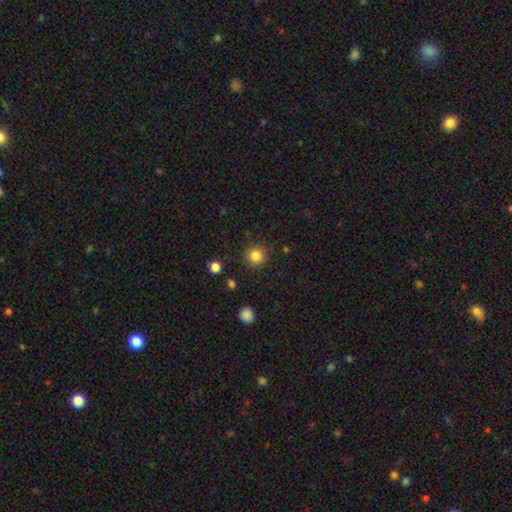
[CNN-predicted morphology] Overall: smooth (84%). How rounded: round (95%). Merging: none (90%).